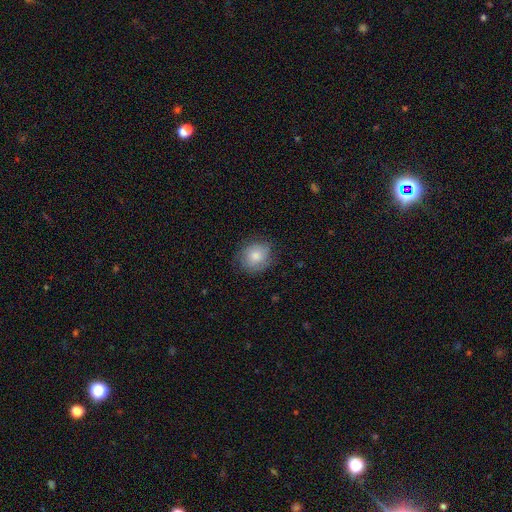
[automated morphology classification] smooth 77%, featured or disk 15%, star or artifact 8%. Down the decision tree: how rounded — round (72%); merging — none (75%).